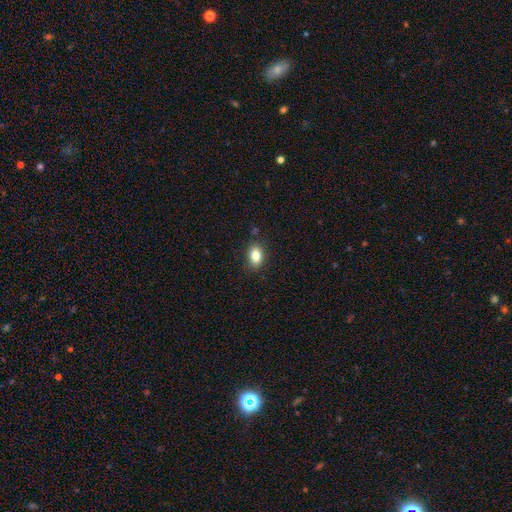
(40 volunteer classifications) This appears to be a smooth galaxy with no disk features (85%) that is in between round and cigar-shaped (88%). Merging: none (75%).